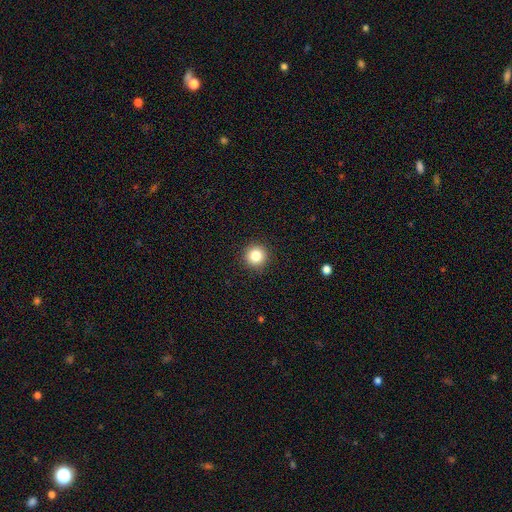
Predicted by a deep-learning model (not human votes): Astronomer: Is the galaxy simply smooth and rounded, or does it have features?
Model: smooth — 84%.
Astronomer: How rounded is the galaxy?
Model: round — 95%.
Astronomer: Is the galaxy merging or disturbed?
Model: none — 92%.